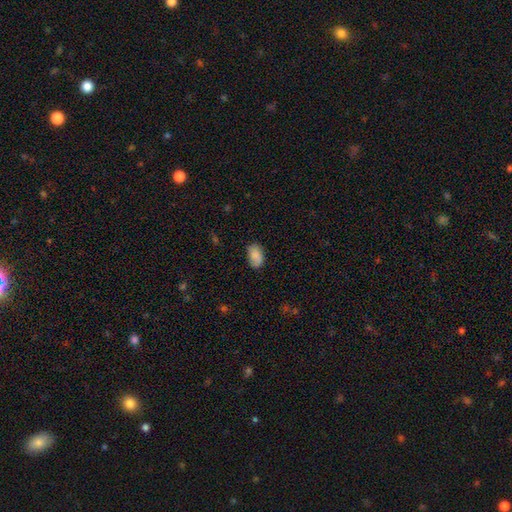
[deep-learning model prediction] A smooth galaxy with no disk features (81%) that is in between round and cigar-shaped (91%).

Vote fractions:
- Smooth or featured? smooth: 81% / featured or disk: 11% / star or artifact: 8%
- How rounded? in between: 91% / round: 8% / cigar-shaped: 1%
- Merging? none: 71% / minor disturbance: 22% / major disturbance: 5% / merger: 2%